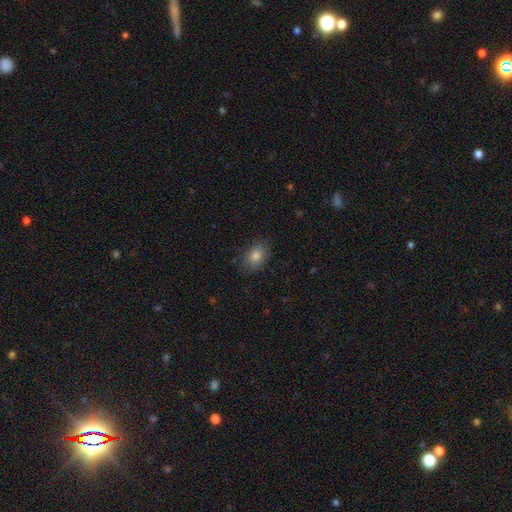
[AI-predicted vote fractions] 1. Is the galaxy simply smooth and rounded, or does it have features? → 81% smooth, 10% star or artifact, 9% featured or disk.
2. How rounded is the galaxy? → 75% in between, 24% round, 1% cigar-shaped.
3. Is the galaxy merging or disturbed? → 84% none, 12% minor disturbance, 3% major disturbance, 1% merger.